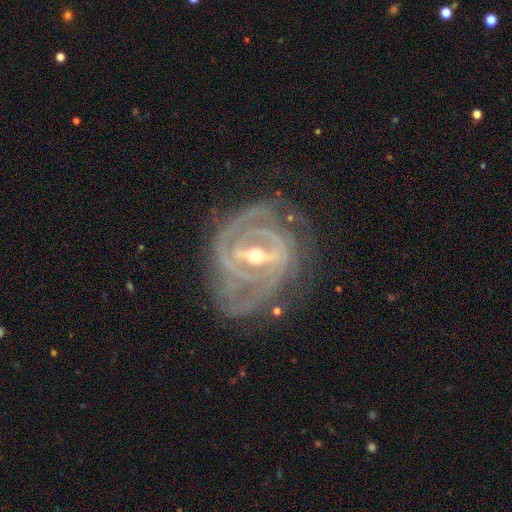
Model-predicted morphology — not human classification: featured or disk 91%, star or artifact 5%, smooth 4%. Down the decision tree: edge-on disk — no (94%); bar — strong (71%); spiral arms — yes (95%); spiral arm count — can't tell (26%); spiral winding — tight (73%); bulge size — moderate (52%); merging — none (71%).